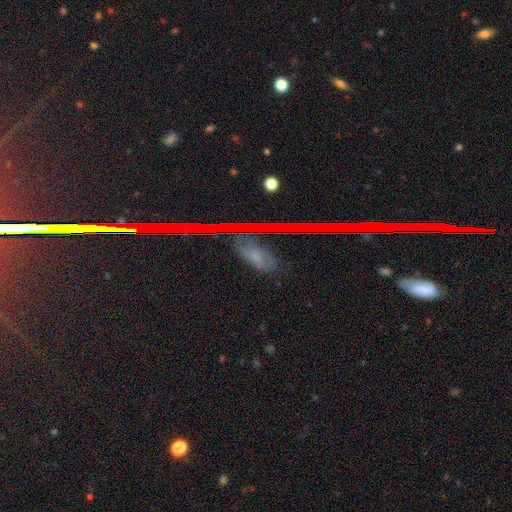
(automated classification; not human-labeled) star or artifact 44%, smooth 34%, featured or disk 21%.